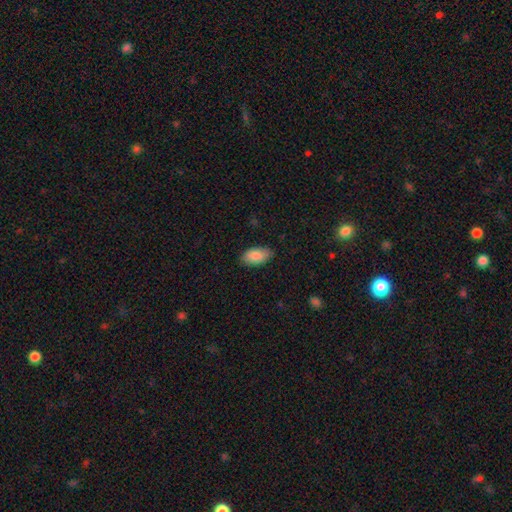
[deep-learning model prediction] Morphology: type=smooth (87%); roundness=in between (95%); merging=none (84%).